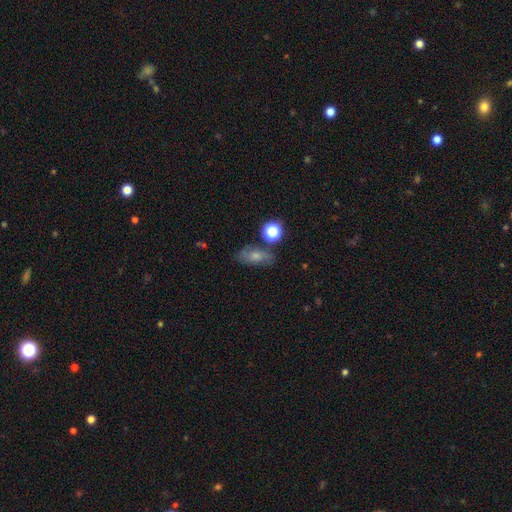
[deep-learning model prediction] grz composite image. It shows a smooth galaxy with no disk features (55%) that is in between round and cigar-shaped (74%). Merging: none (63%).